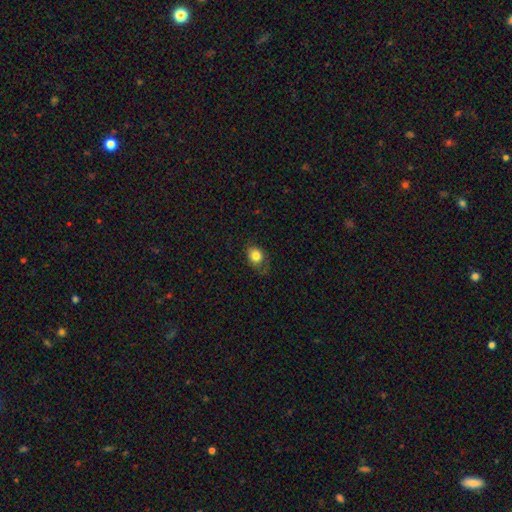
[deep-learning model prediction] This appears to be a smooth galaxy with no disk features (81%) that is round (53%). Merging: none (65%).